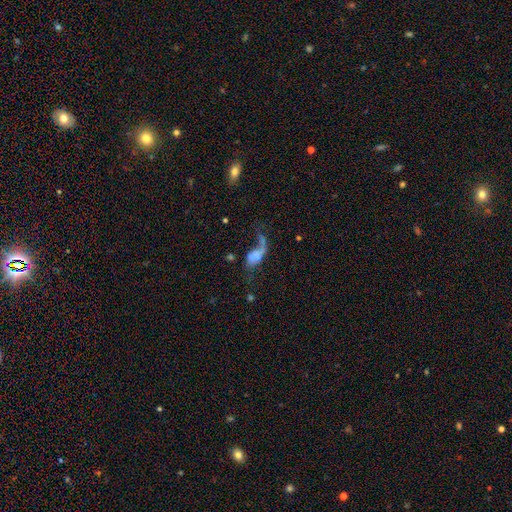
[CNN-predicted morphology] The model was most divided on "bulge size": small: 41%, none: 36%, moderate: 16%, large: 4%, dominant: 2%. Remaining: edge-on disk — no (94%); bar — no (74%); spiral arms — yes (59%); smooth or featured — featured or disk (55%); merging — major disturbance (48%).